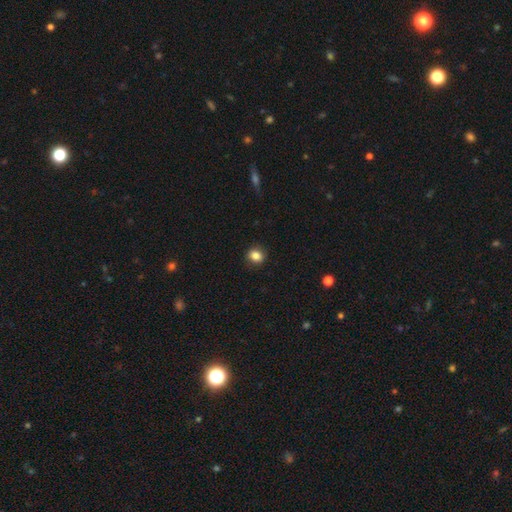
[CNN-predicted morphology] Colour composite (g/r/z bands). It shows a smooth galaxy with no disk features (86%) that is round (66%). Merging: none (89%).